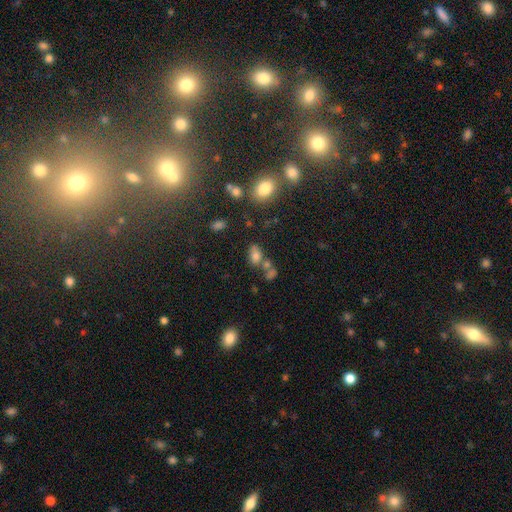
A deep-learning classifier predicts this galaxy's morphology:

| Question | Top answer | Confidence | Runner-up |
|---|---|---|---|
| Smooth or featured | smooth | 72% | star or artifact (16%) |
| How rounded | in between | 84% | round (14%) |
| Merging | none | 47% | merger (31%) |